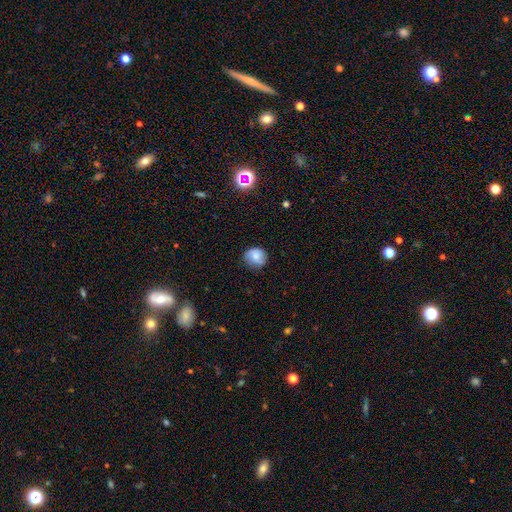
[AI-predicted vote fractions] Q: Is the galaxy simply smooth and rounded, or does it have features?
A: smooth — 73%.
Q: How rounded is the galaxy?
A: round — 80%.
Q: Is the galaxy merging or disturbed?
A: none — 69%.